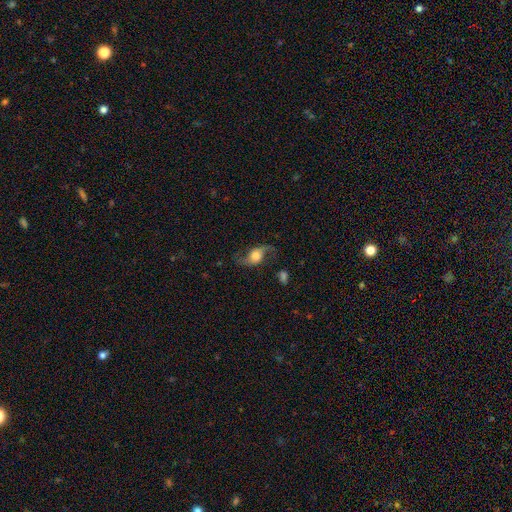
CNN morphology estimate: Smooth or featured?
  - featured or disk: 69% *
  - smooth: 23%
  - star or artifact: 8%
Edge-on disk?
  - no: 92% *
  - yes: 8%
Bar?
  - no: 65% *
  - weak: 27%
  - strong: 8%
Spiral arms?
  - yes: 92% *
  - no: 8%
Spiral winding?
  - loose: 84% *
  - medium: 13%
  - tight: 3%
Spiral arm count?
  - 2: 91% *
  - 1: 4%
  - can't tell: 2%
  - 3: 1%
  - 4: 1%
  - more than 4: 1%
Bulge size?
  - large: 43% *
  - moderate: 33%
  - dominant: 11%
  - small: 9%
  - none: 3%
Merging?
  - none: 65% *
  - minor disturbance: 18%
  - major disturbance: 14%
  - merger: 3%